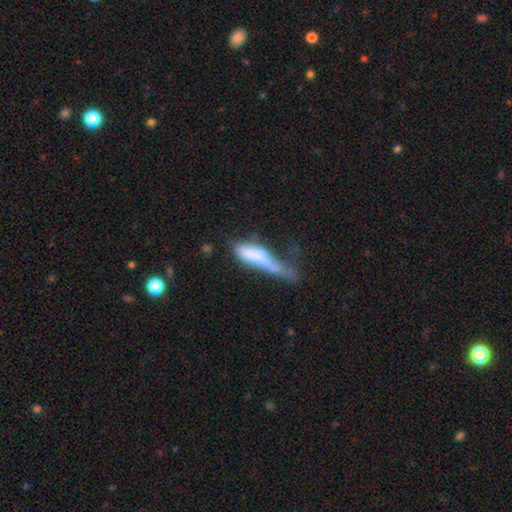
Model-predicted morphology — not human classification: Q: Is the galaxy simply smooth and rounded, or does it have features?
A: smooth — 61%.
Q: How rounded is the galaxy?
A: cigar-shaped — 61%.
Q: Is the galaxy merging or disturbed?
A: major disturbance — 46%.